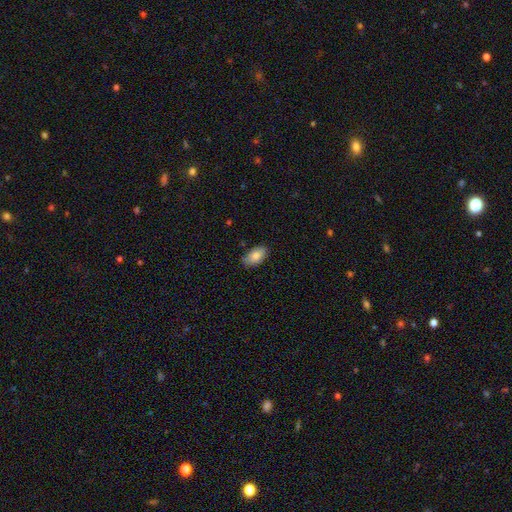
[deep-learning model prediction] Smooth or featured?
  - smooth: 82% *
  - featured or disk: 11%
  - star or artifact: 7%
How rounded?
  - in between: 94% *
  - round: 3%
  - cigar-shaped: 3%
Merging?
  - none: 83% *
  - minor disturbance: 13%
  - major disturbance: 2%
  - merger: 1%